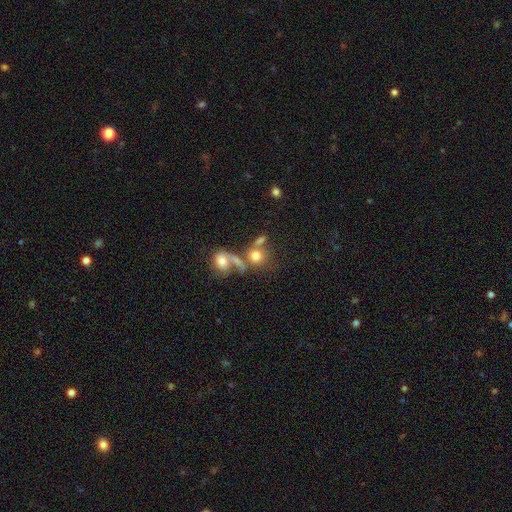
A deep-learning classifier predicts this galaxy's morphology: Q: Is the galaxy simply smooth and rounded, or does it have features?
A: smooth — 70%.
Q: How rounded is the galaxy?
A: round — 77%.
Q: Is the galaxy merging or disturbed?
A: merger — 43%.